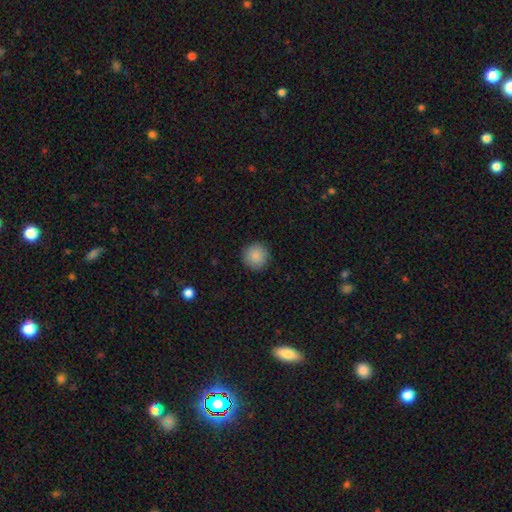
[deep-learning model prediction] Smooth or featured? Predicted: smooth (p=0.88). How rounded? Predicted: round (p=0.95). Merging? Predicted: none (p=0.91).